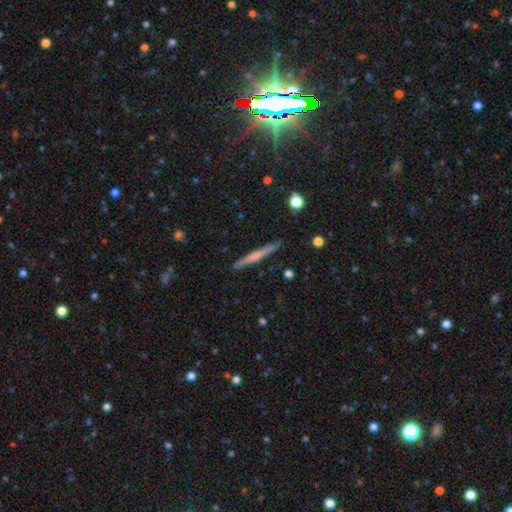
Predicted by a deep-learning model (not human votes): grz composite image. It shows a featured or disk galaxy (48%). Merging: none (90%).